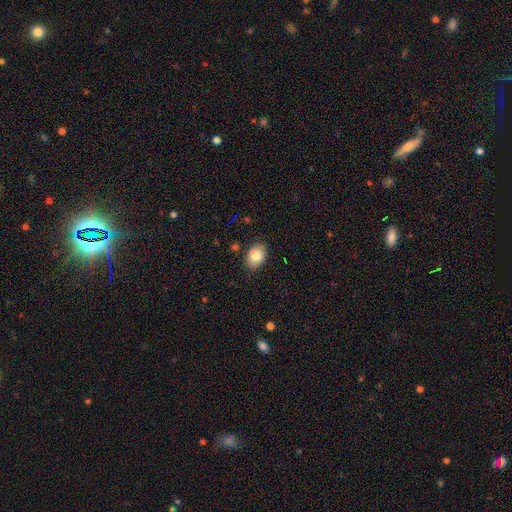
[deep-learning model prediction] smooth 82%, featured or disk 10%, star or artifact 8%. Down the decision tree: how rounded — in between (79%); merging — none (84%).